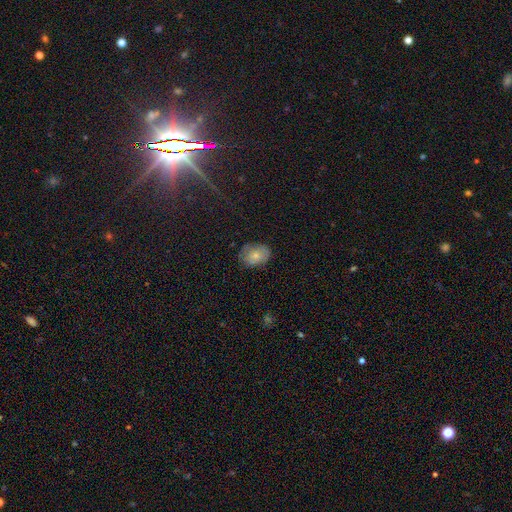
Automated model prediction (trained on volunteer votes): Smooth or featured? smooth (74%)
How rounded? in between (71%)
Merging? none (71%)